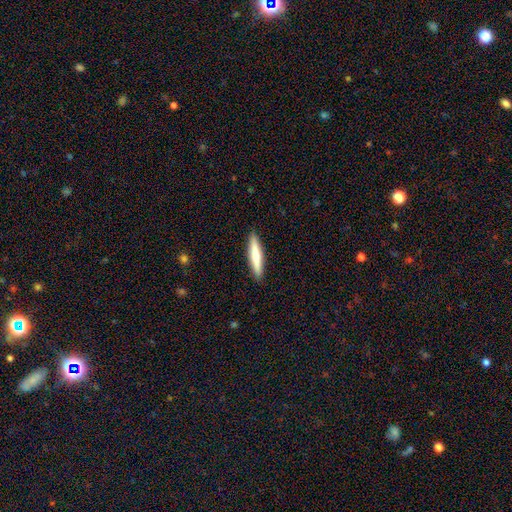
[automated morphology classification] smooth_or_featured: smooth (p=0.67) [alt: featured or disk p=0.28]
how_rounded: cigar-shaped (p=0.90) [alt: in between p=0.08]
merging: none (p=0.91) [alt: minor disturbance p=0.06]